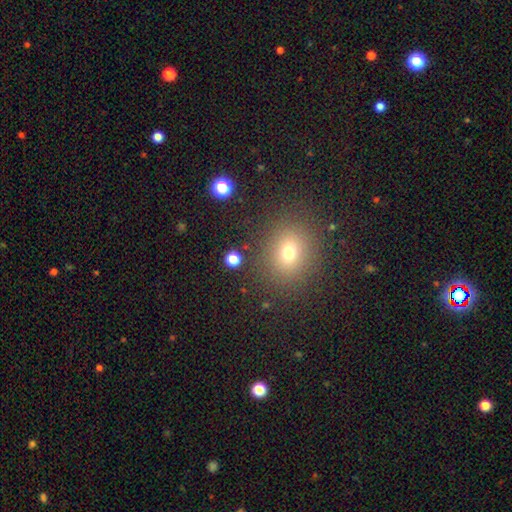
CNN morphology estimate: type=smooth (62%); roundness=round (73%); merging=none (89%).